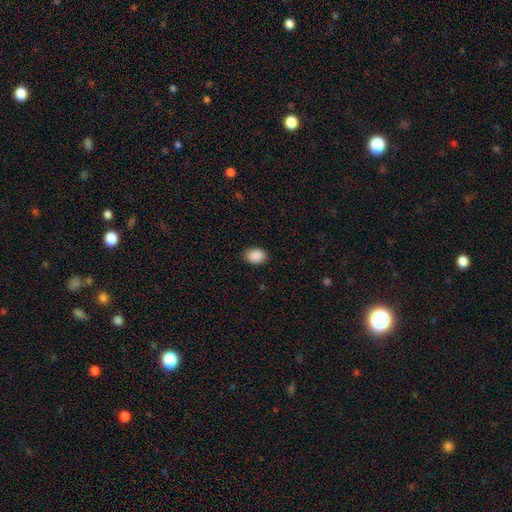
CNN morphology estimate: A smooth galaxy with no disk features (90%) that is in between round and cigar-shaped (69%).

Vote fractions:
- Smooth or featured? smooth: 90% / star or artifact: 8% / featured or disk: 2%
- How rounded? in between: 69% / round: 30% / cigar-shaped: 1%
- Merging? none: 87% / minor disturbance: 9% / major disturbance: 2% / merger: 1%